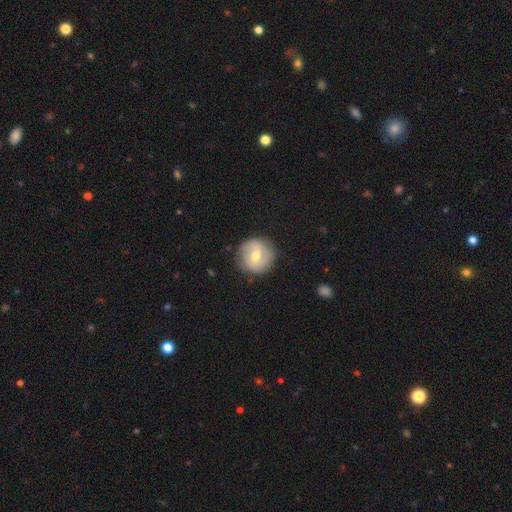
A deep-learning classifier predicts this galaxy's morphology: smooth_or_featured: featured or disk (p=0.54) [alt: smooth p=0.39]
disk_edge_on: no (p=0.97) [alt: yes p=0.03]
bar: weak (p=0.50) [alt: no p=0.29]
has_spiral_arms: yes (p=0.70) [alt: no p=0.30]
bulge_size: moderate (p=0.70) [alt: small p=0.25]
merging: none (p=0.85) [alt: minor disturbance p=0.11]